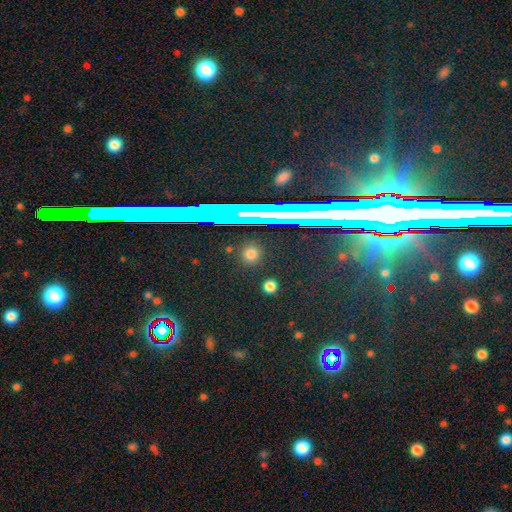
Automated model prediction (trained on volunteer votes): A star or artifact, not a galaxy (73%).